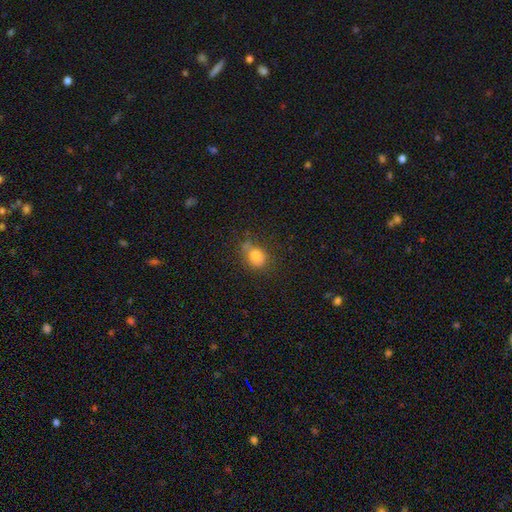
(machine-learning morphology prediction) Smooth or featured: smooth — 76% (featured or disk — 13%)
How rounded: round — 55% (in between — 43%)
Merging: none — 52% (minor disturbance — 29%)